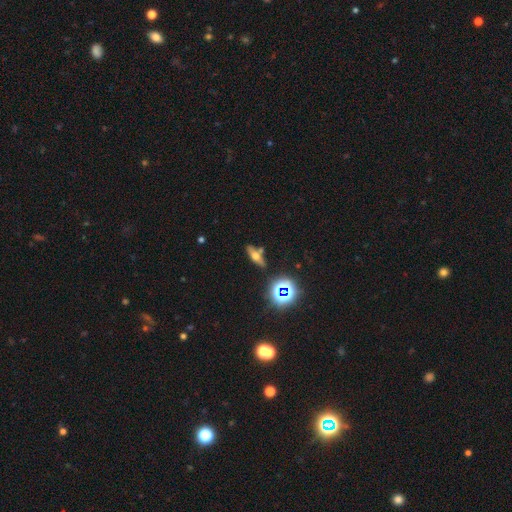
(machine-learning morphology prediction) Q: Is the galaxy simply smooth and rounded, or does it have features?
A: featured or disk — 41%.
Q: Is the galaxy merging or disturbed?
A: none — 74%.